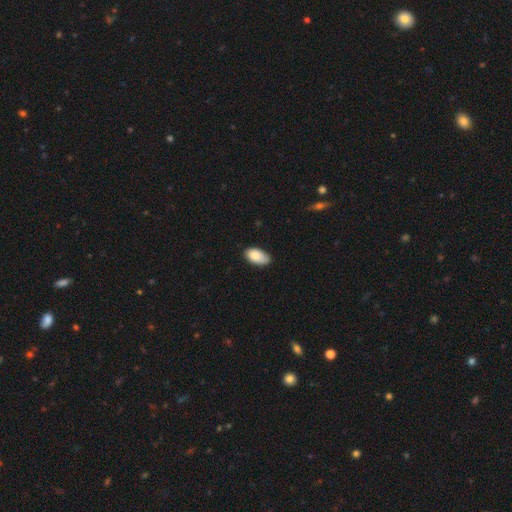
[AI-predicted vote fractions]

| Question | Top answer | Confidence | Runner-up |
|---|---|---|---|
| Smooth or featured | smooth | 85% | featured or disk (9%) |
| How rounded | in between | 95% | round (4%) |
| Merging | none | 68% | minor disturbance (27%) |